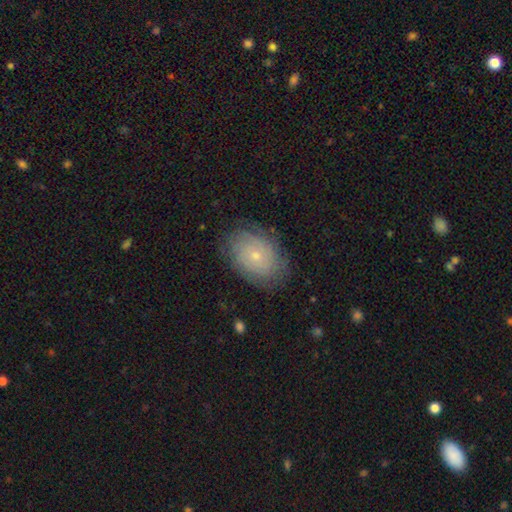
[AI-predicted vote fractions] The model was most divided on "smooth or featured": featured or disk: 47%, smooth: 44%, star or artifact: 9%. More confident: merging — none (78%).